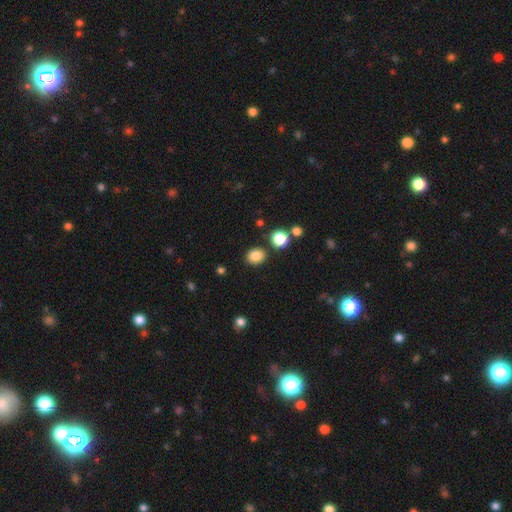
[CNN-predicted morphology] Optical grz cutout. It shows a smooth galaxy with no disk features (84%) that is round (65%). Merging: none (83%).